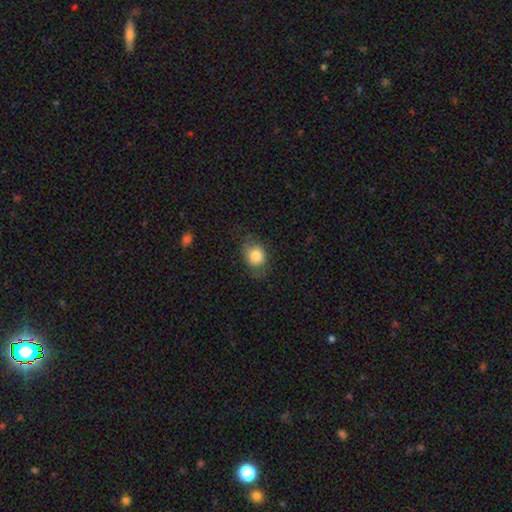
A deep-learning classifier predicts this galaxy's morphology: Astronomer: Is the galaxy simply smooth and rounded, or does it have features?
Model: smooth — 80%.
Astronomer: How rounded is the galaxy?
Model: round — 57% (runner-up: in between, 42%).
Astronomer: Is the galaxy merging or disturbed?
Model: none — 66%.